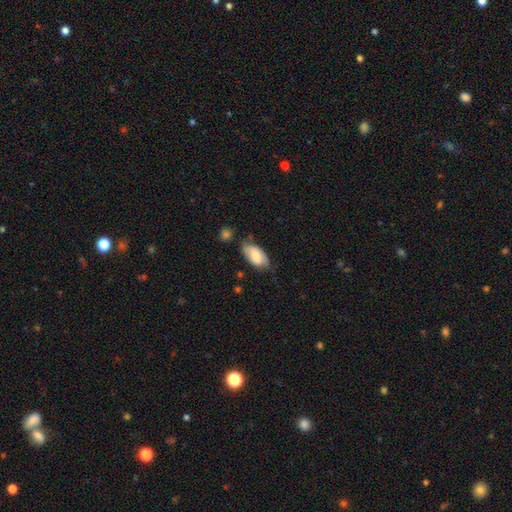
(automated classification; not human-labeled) smooth-or-featured: smooth: 68% | featured or disk: 26% | star or artifact: 7%
  how-rounded: in between: 93% | round: 3% | cigar-shaped: 3%
  merging: none: 57% | minor disturbance: 31% | major disturbance: 8% | merger: 4%